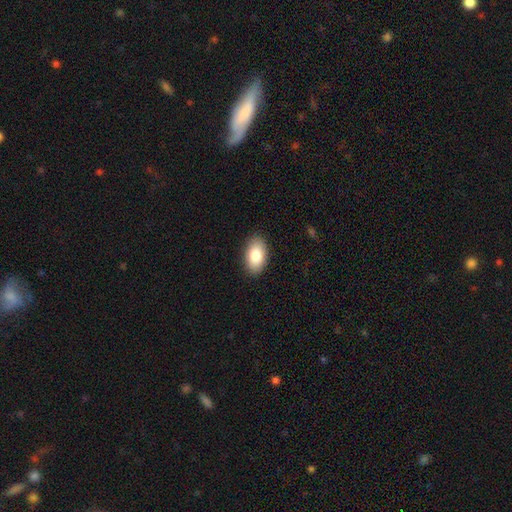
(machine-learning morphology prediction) A smooth galaxy with no disk features (84%) that is in between round and cigar-shaped (93%).

Vote fractions:
- Smooth or featured? smooth: 84% / featured or disk: 10% / star or artifact: 7%
- How rounded? in between: 93% / round: 5% / cigar-shaped: 2%
- Merging? none: 88% / minor disturbance: 9% / major disturbance: 2% / merger: 1%